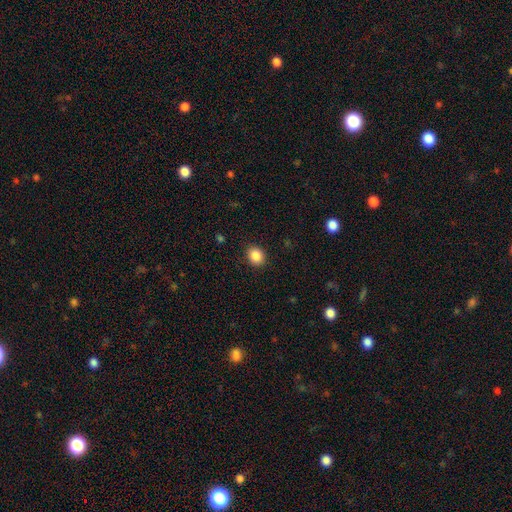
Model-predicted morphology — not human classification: Smooth or featured?
  - smooth: 87% *
  - star or artifact: 9%
  - featured or disk: 4%
How rounded?
  - round: 59% *
  - in between: 40%
  - cigar-shaped: 1%
Merging?
  - none: 90% *
  - minor disturbance: 7%
  - major disturbance: 2%
  - merger: 1%